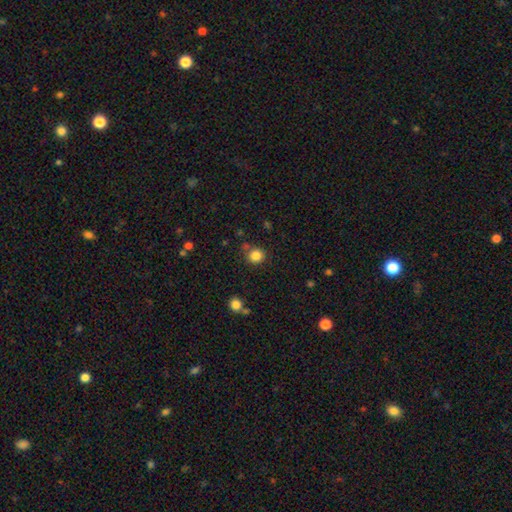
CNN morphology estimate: smooth-or-featured: smooth: 84% | star or artifact: 11% | featured or disk: 4%
  how-rounded: round: 87% | in between: 12% | cigar-shaped: 1%
  merging: none: 77% | minor disturbance: 12% | merger: 6% | major disturbance: 4%